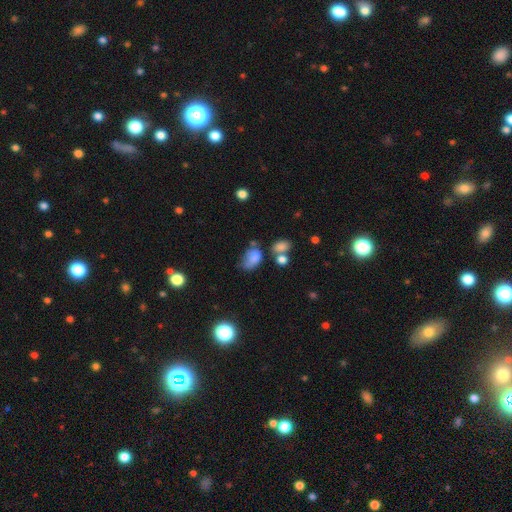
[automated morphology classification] Smooth or featured?
  - smooth: 75% *
  - featured or disk: 14%
  - star or artifact: 12%
How rounded?
  - in between: 82% *
  - round: 16%
  - cigar-shaped: 1%
Merging?
  - none: 31% *
  - minor disturbance: 29%
  - merger: 21%
  - major disturbance: 19%